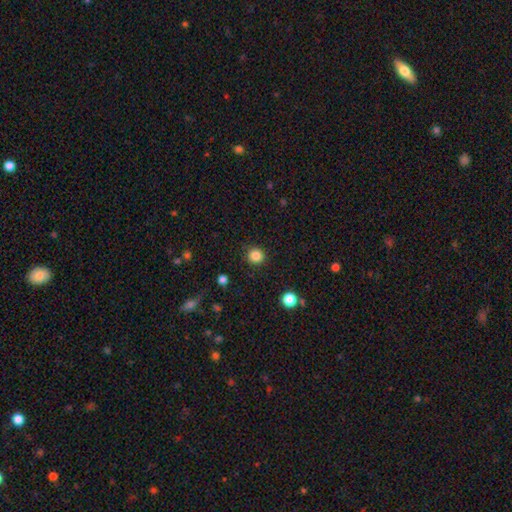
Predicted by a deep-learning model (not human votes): A smooth galaxy with no disk features (85%) that is round (93%).

Vote fractions:
- Smooth or featured? smooth: 85% / star or artifact: 11% / featured or disk: 4%
- How rounded? round: 93% / in between: 6% / cigar-shaped: 1%
- Merging? none: 89% / minor disturbance: 7% / major disturbance: 2% / merger: 1%